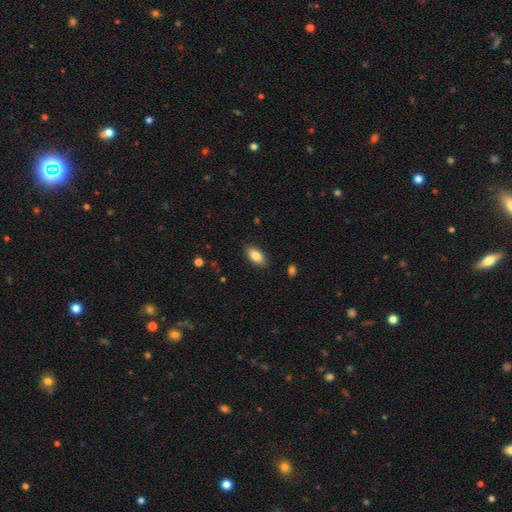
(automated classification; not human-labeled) This appears to be a smooth galaxy with no disk features (84%) that is in between round and cigar-shaped (92%). Merging: none (89%).